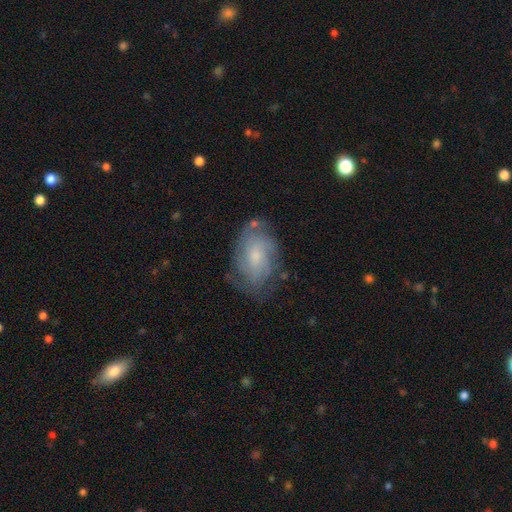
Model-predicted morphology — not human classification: Smooth or featured? Predicted: featured or disk (p=0.64). Edge-on disk? Predicted: no (p=0.96). Bar? Predicted: no (p=0.69). Spiral arms? Predicted: yes (p=0.86). Spiral winding? Predicted: tight (p=0.53). Spiral arm count? Predicted: can't tell (p=0.49). Bulge size? Predicted: small (p=0.51). Merging? Predicted: none (p=0.69).